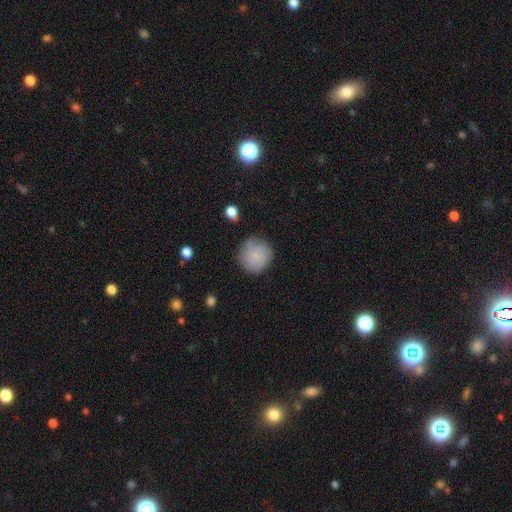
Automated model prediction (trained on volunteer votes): A smooth galaxy with no disk features (76%) that is round (92%). Merging: none (73%).